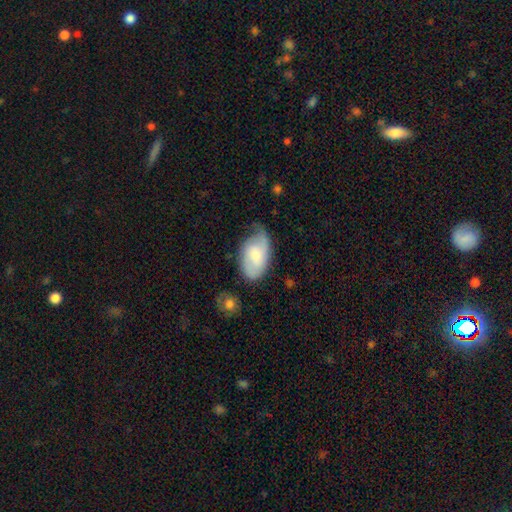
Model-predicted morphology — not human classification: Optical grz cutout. It shows a smooth galaxy with no disk features (50%). Merging: none (49%).